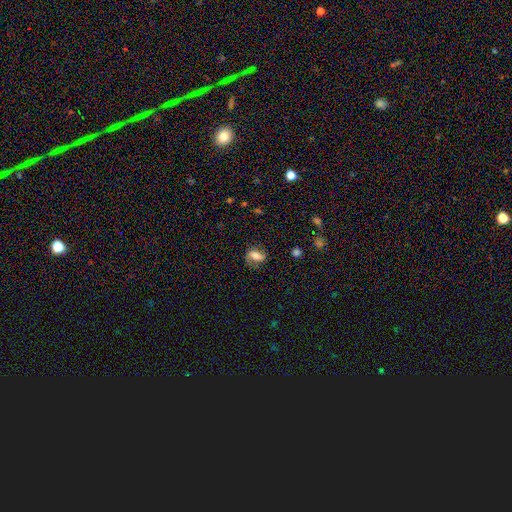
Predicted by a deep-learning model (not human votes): Overall: smooth (49%; featured or disk 42%). Merging: none (64%).